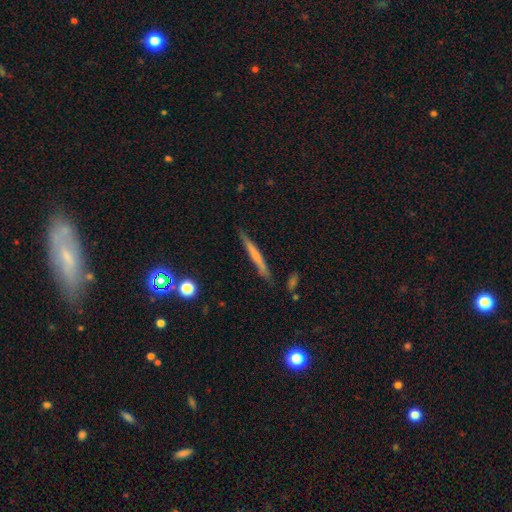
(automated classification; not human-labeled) smooth 50%, featured or disk 42%, star or artifact 8%. Down the decision tree: how rounded — cigar-shaped (95%); merging — none (84%).